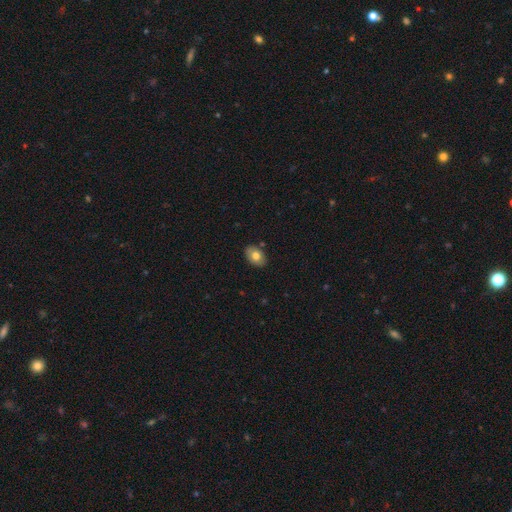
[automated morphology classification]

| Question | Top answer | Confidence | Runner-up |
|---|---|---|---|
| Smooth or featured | smooth | 74% | featured or disk (18%) |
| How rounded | in between | 84% | round (14%) |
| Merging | none | 85% | minor disturbance (11%) |